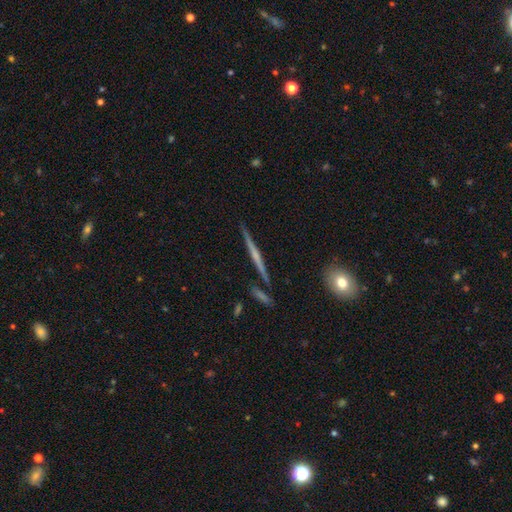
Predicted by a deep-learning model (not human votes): This is likely a featured or disk galaxy (71%). It is clearly viewed edge-on (98%). Edge-on bulge: possibly none (48%). Merging: clearly none (88%).